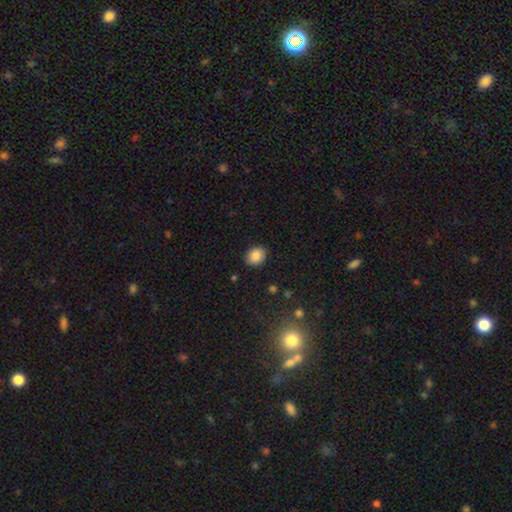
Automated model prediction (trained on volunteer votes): This is clearly a smooth galaxy (86%). How rounded: possibly in between (50%). Merging: clearly none (88%).